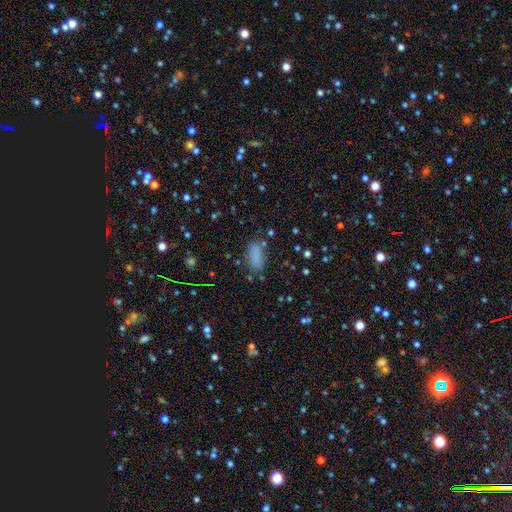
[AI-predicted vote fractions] This appears to be a smooth galaxy with no disk features (82%) that is in between round and cigar-shaped (87%). Merging: none (73%).